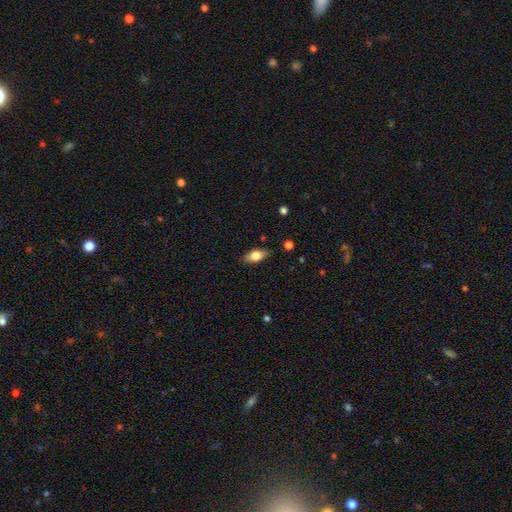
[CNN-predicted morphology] smooth 72%, featured or disk 20%, star or artifact 7%. Down the decision tree: how rounded — in between (85%); merging — none (84%).